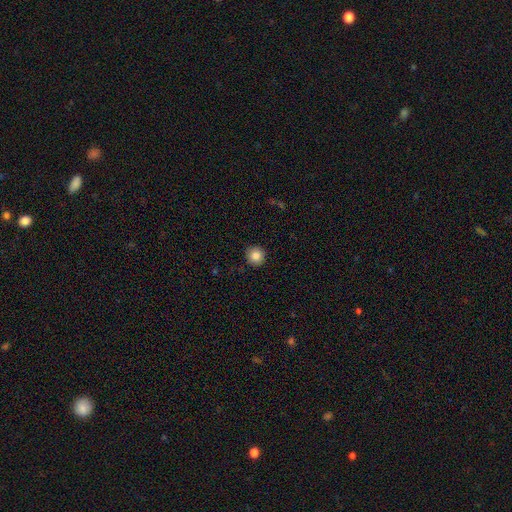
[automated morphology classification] smooth-or-featured: smooth: 86% | star or artifact: 10% | featured or disk: 5%
  how-rounded: round: 95% | in between: 4% | cigar-shaped: 1%
  merging: none: 92% | minor disturbance: 5% | major disturbance: 2% | merger: 1%